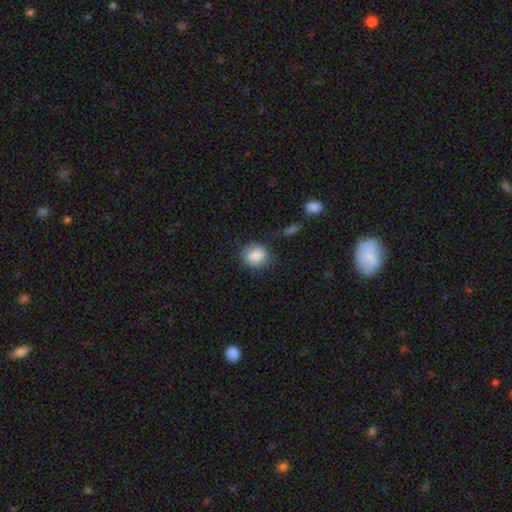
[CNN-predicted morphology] The model was most divided on "how rounded": round: 56%, in between: 42%, cigar-shaped: 1%. More confident: smooth or featured — smooth (87%); merging — none (73%).